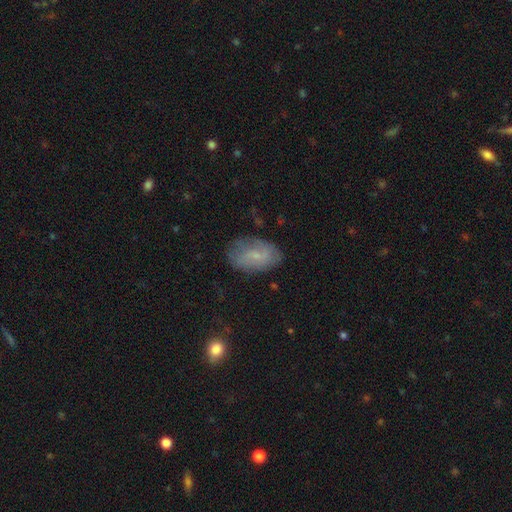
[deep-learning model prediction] This appears to be a smooth galaxy with no disk features (53%) that is in between round and cigar-shaped (89%). Merging: none (68%).